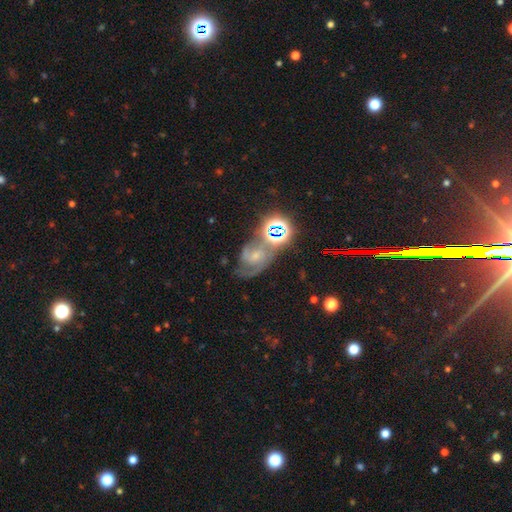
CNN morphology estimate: smooth-or-featured: featured or disk: 60% | star or artifact: 23% | smooth: 17%
  disk-edge-on: no: 97% | yes: 3%
    bar: no: 50% | weak: 38% | strong: 12%
    has-spiral-arms: yes: 91% | no: 9%
      spiral-winding: medium: 53% | tight: 28% | loose: 20%
      spiral-arm-count: 2: 67% | can't tell: 13% | 3: 8% | 1: 7% | 4: 2% | more than 4: 2%
    bulge-size: small: 55% | moderate: 31% | none: 8% | large: 4% | dominant: 2%
  merging: none: 43% | minor disturbance: 21% | merger: 19% | major disturbance: 18%